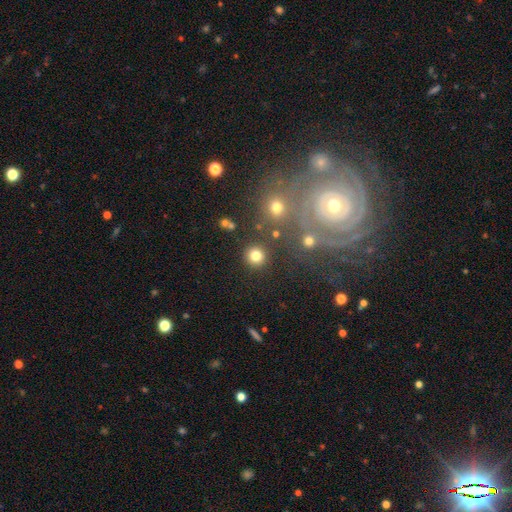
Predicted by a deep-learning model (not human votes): Smooth or featured? smooth (81%)
How rounded? round (94%)
Merging? none (88%)